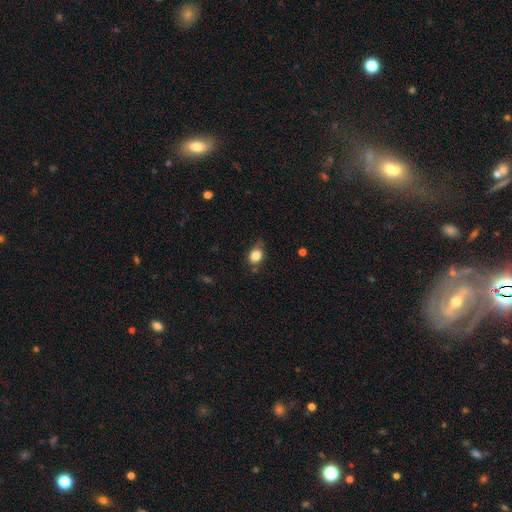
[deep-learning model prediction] Morphology: type=smooth (82%); roundness=round (50%); merging=none (59%).